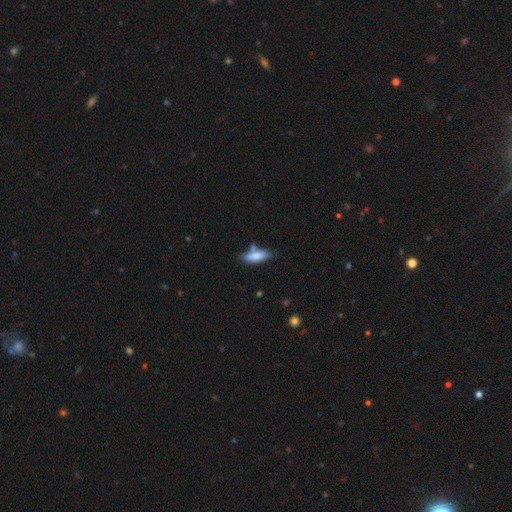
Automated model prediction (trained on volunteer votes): Overall: smooth (75%). How rounded: in between (53%; cigar-shaped 45%). Merging: none (61%).